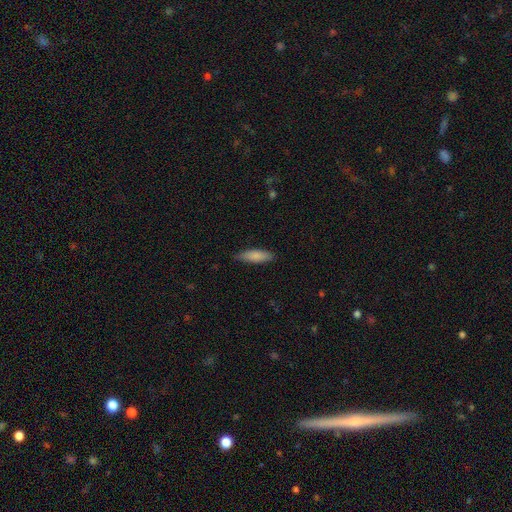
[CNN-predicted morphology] Overall: smooth (83%). How rounded: cigar-shaped (53%; in between 45%). Merging: none (81%).